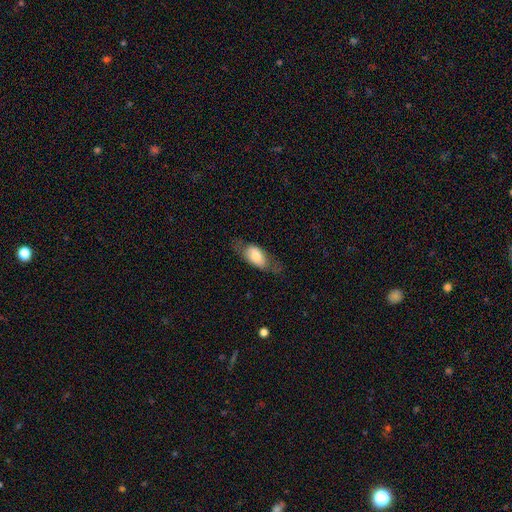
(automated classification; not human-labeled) This is likely a smooth galaxy (64%). How rounded: clearly in between (85%). Merging: likely none (63%).